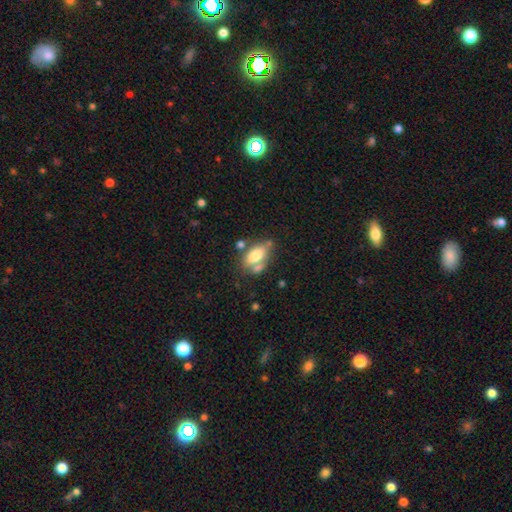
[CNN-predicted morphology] Smooth or featured? Predicted: smooth (p=0.71). How rounded? Predicted: in between (p=0.86). Merging? Predicted: none (p=0.50).